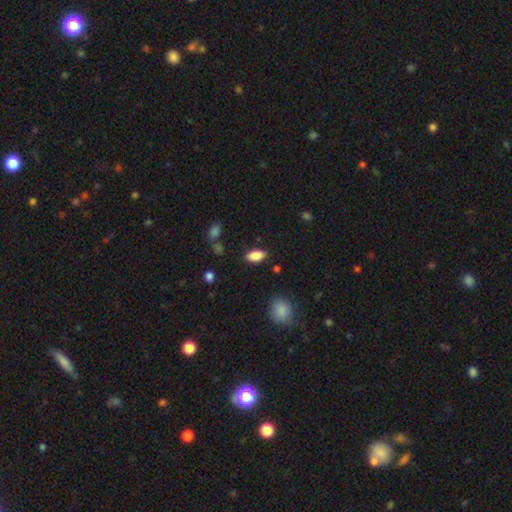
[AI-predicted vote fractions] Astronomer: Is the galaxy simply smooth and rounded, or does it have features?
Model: smooth — 86%.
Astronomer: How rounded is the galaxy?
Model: in between — 91%.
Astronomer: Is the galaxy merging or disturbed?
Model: none — 85%.